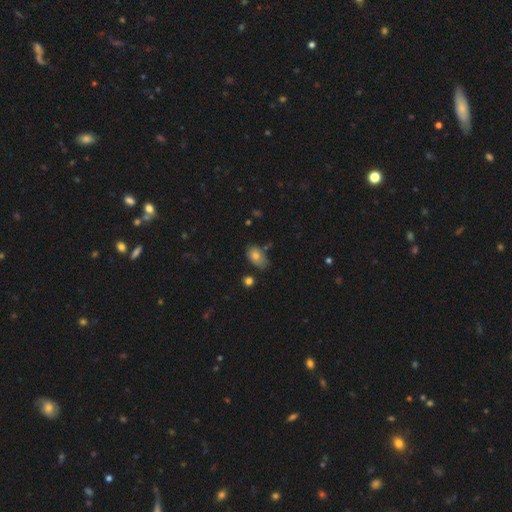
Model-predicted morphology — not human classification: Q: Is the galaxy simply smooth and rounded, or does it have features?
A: smooth — 77%.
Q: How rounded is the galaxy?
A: in between — 86%.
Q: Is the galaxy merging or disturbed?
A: none — 57%.